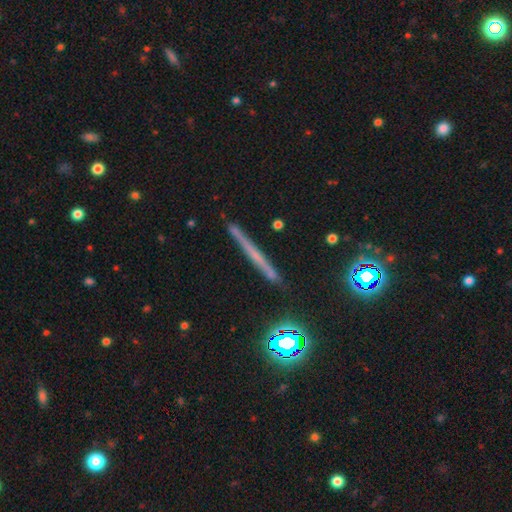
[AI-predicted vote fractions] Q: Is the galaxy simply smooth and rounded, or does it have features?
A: featured or disk — 47%.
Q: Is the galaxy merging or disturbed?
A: none — 89%.